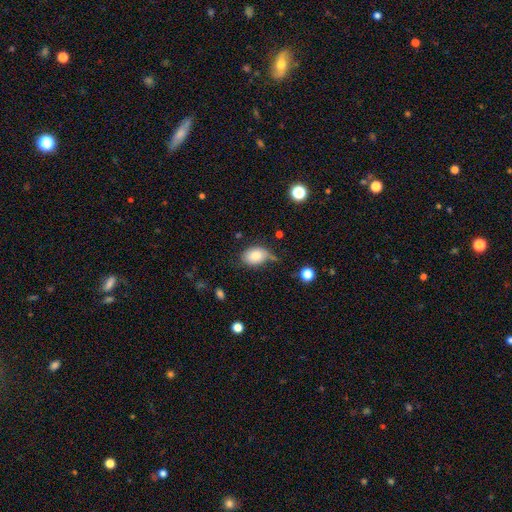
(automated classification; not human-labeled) smooth-or-featured: smooth: 79% | featured or disk: 12% | star or artifact: 8%
  how-rounded: in between: 78% | round: 21% | cigar-shaped: 1%
  merging: none: 51% | minor disturbance: 31% | major disturbance: 11% | merger: 7%